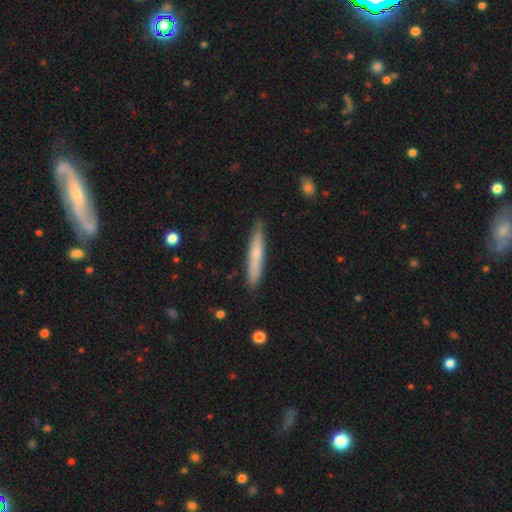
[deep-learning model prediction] This is possibly a smooth galaxy (56%). How rounded: clearly cigar-shaped (94%). Merging: clearly none (87%).